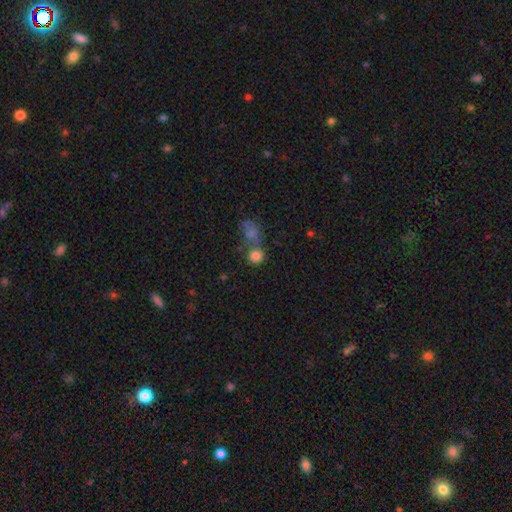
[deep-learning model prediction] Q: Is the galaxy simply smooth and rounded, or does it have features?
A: smooth — 80%.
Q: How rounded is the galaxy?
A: round — 86%.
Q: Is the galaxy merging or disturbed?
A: none — 51%.